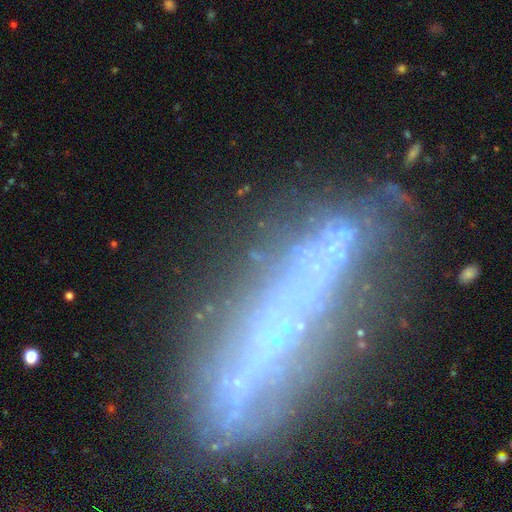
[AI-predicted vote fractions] Smooth or featured: star or artifact — 46% (featured or disk — 33%)